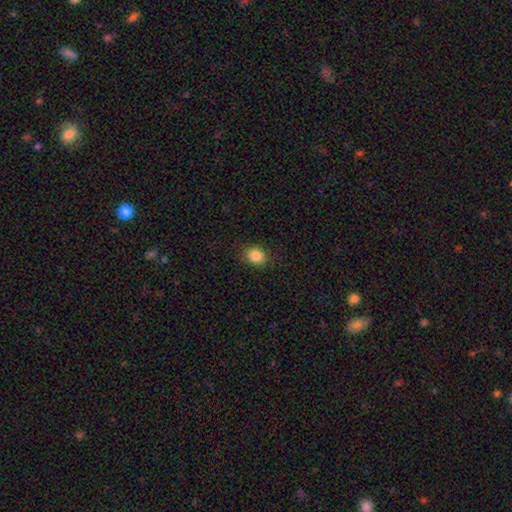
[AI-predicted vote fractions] A smooth galaxy with no disk features (85%) that is round (61%).

Vote fractions:
- Smooth or featured? smooth: 85% / star or artifact: 10% / featured or disk: 5%
- How rounded? round: 61% / in between: 39% / cigar-shaped: 1%
- Merging? none: 88% / minor disturbance: 9% / major disturbance: 2% / merger: 1%